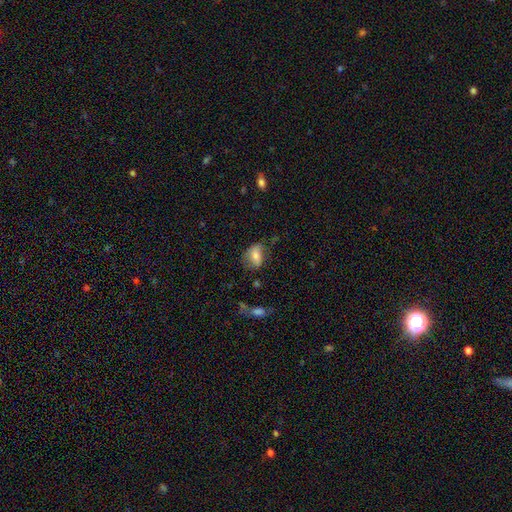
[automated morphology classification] A smooth galaxy with no disk features (71%) that is in between round and cigar-shaped (81%).

Vote fractions:
- Smooth or featured? smooth: 71% / featured or disk: 21% / star or artifact: 8%
- How rounded? in between: 81% / round: 16% / cigar-shaped: 3%
- Merging? none: 58% / minor disturbance: 28% / major disturbance: 12% / merger: 3%